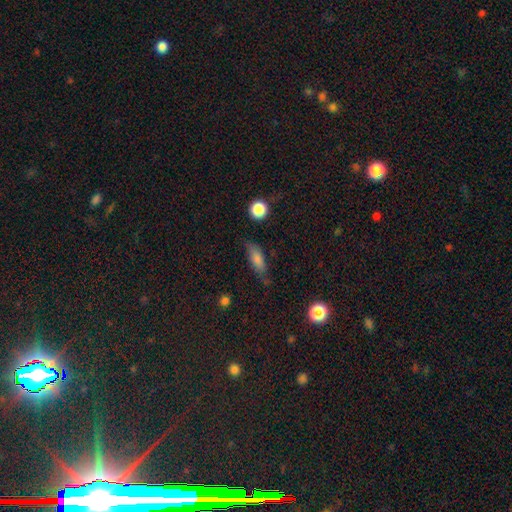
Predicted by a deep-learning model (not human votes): smooth_or_featured: smooth (p=0.70) [alt: featured or disk p=0.19]
how_rounded: in between (p=0.52) [alt: cigar-shaped p=0.43]
merging: none (p=0.70) [alt: minor disturbance p=0.22]